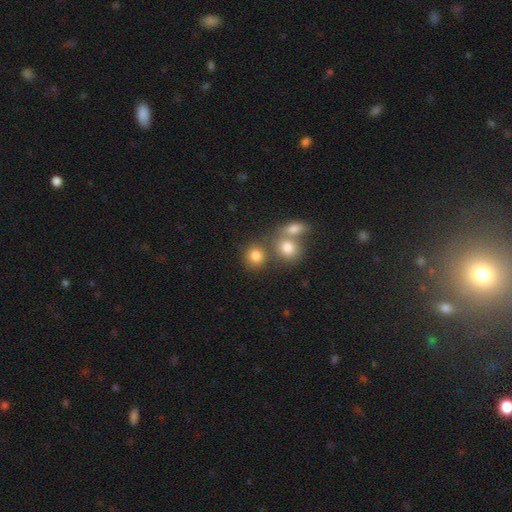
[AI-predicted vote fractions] Q: Smooth or featured?
A: smooth (80%); runner-up: star or artifact (11%)
Q: How rounded?
A: round (80%); runner-up: in between (19%)
Q: Merging?
A: none (54%); runner-up: merger (33%)